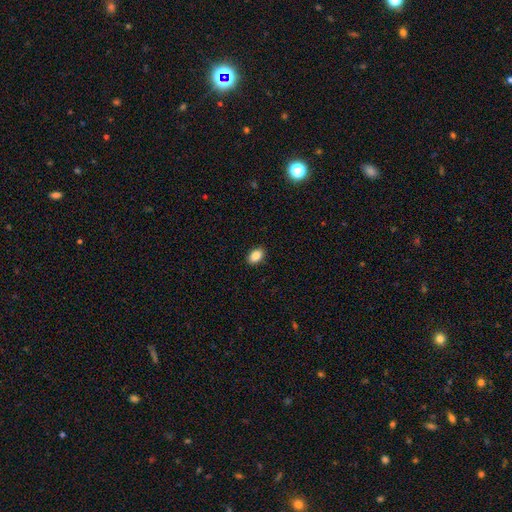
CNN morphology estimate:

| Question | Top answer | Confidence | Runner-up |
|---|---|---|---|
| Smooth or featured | smooth | 87% | star or artifact (8%) |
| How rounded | in between | 89% | round (9%) |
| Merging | none | 90% | minor disturbance (7%) |